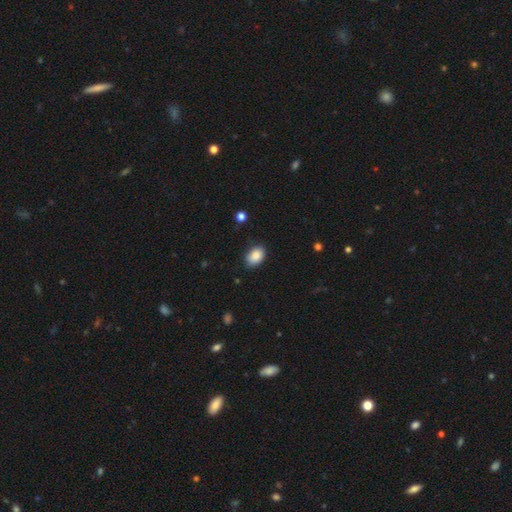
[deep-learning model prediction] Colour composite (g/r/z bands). It shows a smooth galaxy with no disk features (87%) that is in between round and cigar-shaped (85%). Merging: none (83%).